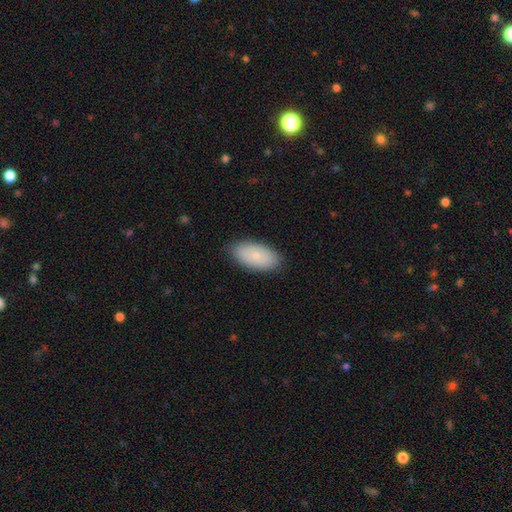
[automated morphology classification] This appears to be a smooth galaxy with no disk features (78%) that is in between round and cigar-shaped (94%). Merging: none (85%).